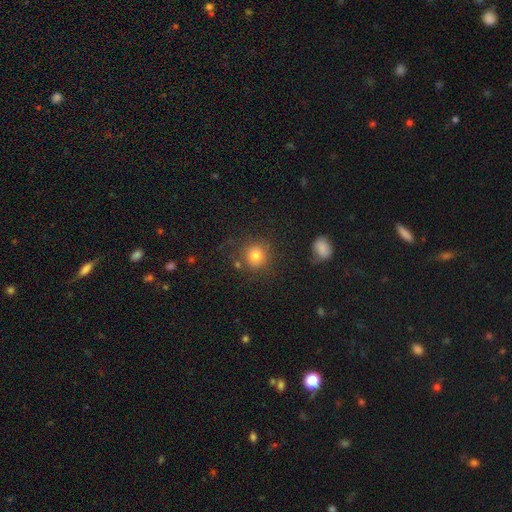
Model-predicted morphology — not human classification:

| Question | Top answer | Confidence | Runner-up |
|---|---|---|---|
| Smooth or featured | smooth | 79% | star or artifact (13%) |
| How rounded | round | 90% | in between (9%) |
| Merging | none | 79% | minor disturbance (11%) |